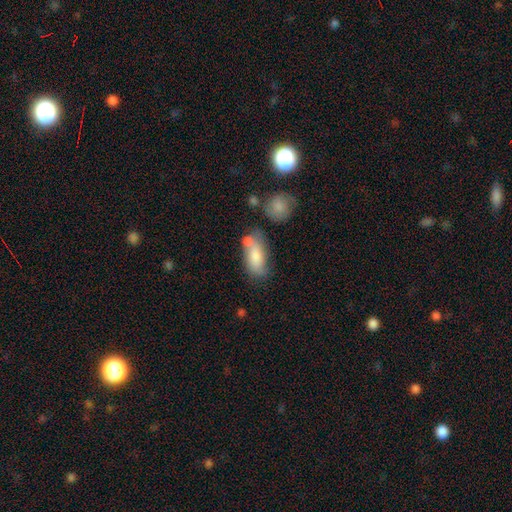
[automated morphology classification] type=smooth (74%); roundness=in between (86%); merging=none (44%).